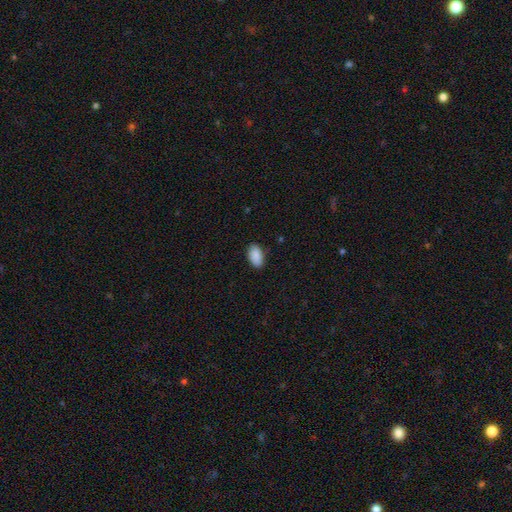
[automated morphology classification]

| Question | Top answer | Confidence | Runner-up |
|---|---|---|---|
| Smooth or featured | smooth | 90% | star or artifact (7%) |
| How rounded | in between | 94% | round (4%) |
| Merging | none | 86% | minor disturbance (11%) |